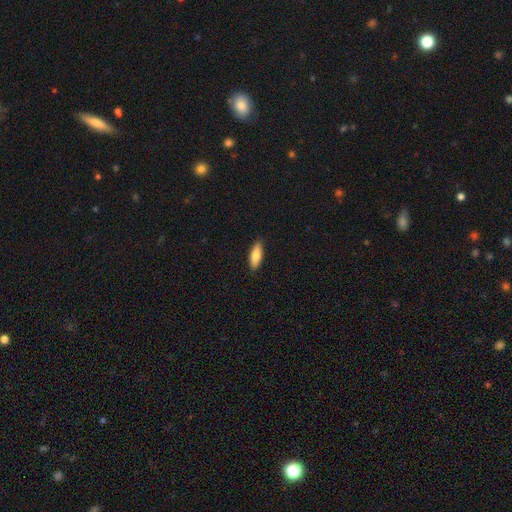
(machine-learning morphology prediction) The model was most divided on "how rounded": in between: 64%, cigar-shaped: 34%, round: 2%. More confident: merging — none (90%); smooth or featured — smooth (83%).